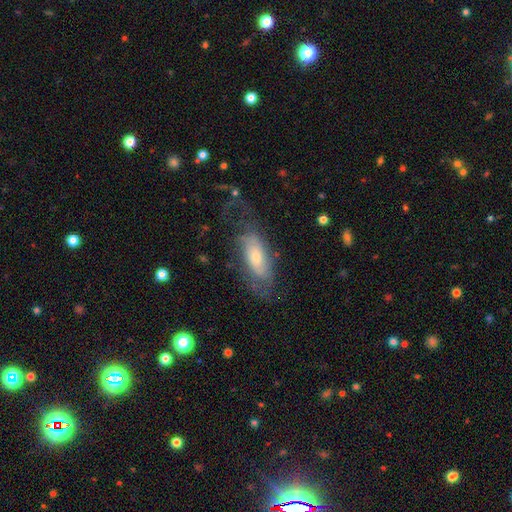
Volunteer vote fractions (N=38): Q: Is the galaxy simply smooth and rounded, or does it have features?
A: featured or disk — 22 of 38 (58%).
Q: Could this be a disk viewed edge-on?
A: no — 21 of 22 (95%).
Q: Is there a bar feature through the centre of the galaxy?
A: no — 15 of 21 (71%).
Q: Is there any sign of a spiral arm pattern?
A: yes — 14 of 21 (67%).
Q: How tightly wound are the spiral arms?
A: medium — 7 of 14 (50%).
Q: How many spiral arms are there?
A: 2 — 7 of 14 (50%, tied with can't tell).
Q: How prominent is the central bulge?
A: small — 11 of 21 (52%).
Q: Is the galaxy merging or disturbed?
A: none — 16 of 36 (44%).